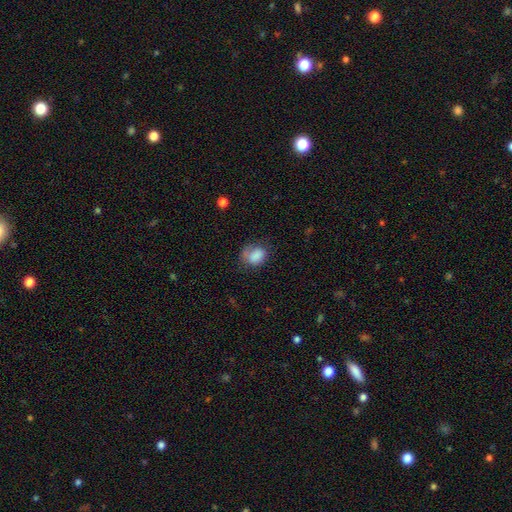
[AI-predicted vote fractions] Morphology: type=smooth (80%); roundness=in between (56%); merging=none (49%).